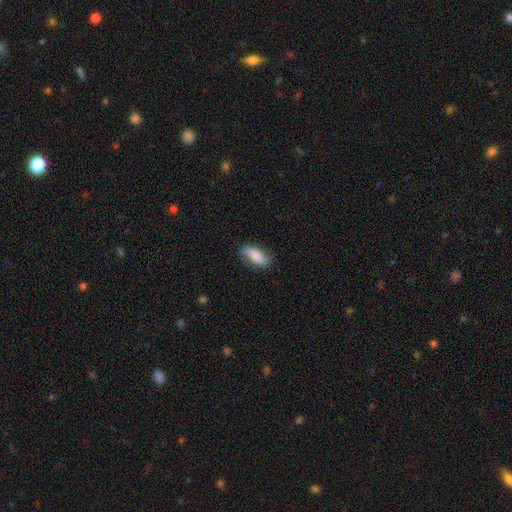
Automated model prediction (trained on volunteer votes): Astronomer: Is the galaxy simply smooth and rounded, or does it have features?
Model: smooth — 75%.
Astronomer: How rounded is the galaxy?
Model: in between — 81%.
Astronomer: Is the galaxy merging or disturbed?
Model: none — 78%.